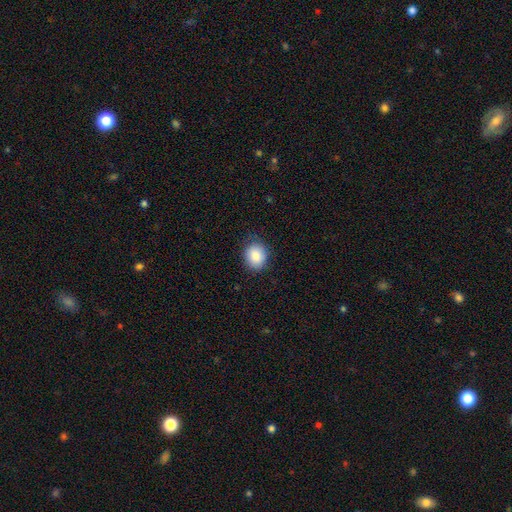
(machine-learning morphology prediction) The model was most divided on "how rounded": round: 69%, in between: 30%, cigar-shaped: 1%. More confident: smooth or featured — smooth (87%); merging — none (82%).